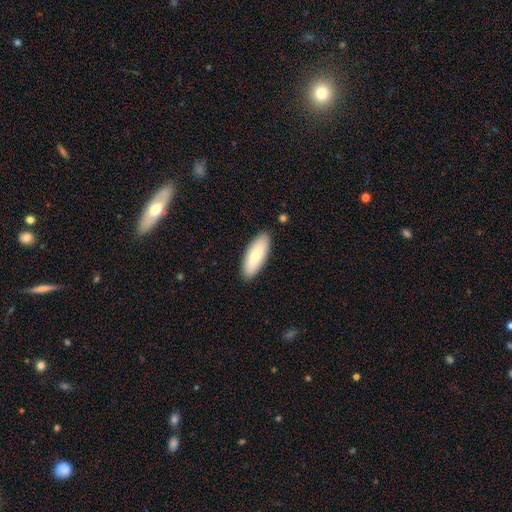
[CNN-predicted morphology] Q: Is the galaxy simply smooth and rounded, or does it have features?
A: smooth — 73%.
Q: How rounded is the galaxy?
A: in between — 65%.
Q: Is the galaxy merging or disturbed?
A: none — 88%.